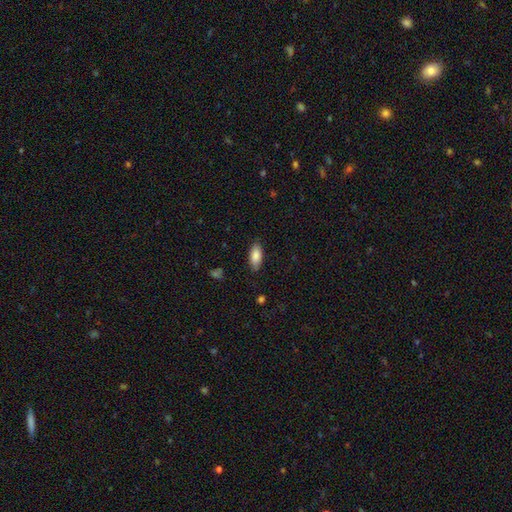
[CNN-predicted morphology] Overall: smooth (86%). How rounded: in between (87%). Merging: none (86%).